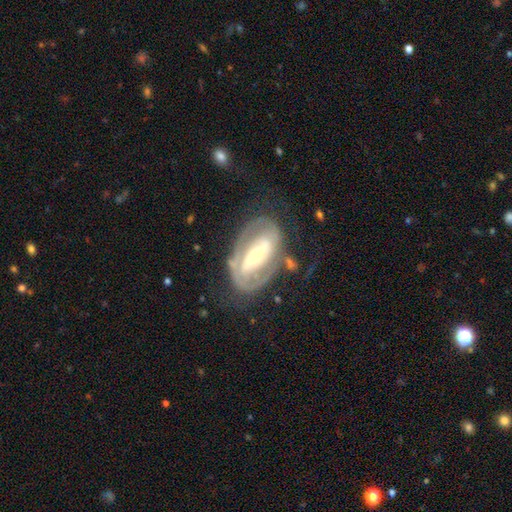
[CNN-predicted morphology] This appears to be a featured or disk galaxy (80%) with a strong bar (57%), 2 (62%) tight (54%) spiral arms (69%) and a small central bulge (48%). Merging: none (58%).